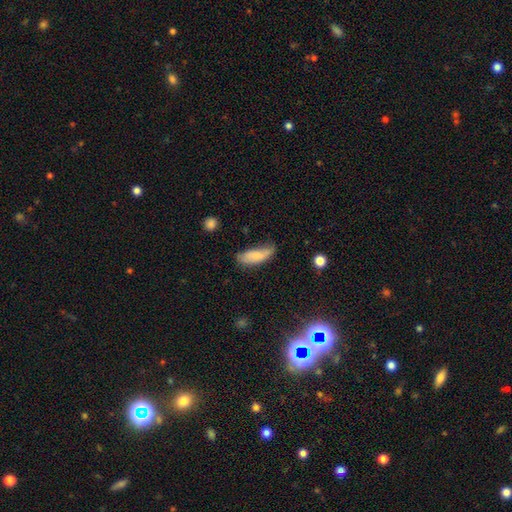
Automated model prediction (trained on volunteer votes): This appears to be a smooth galaxy with no disk features (75%) that is in between round and cigar-shaped (68%). Merging: none (49%).